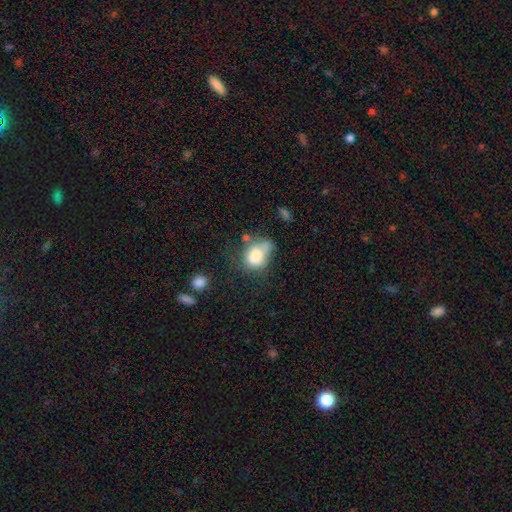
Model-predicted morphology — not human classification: A smooth galaxy with no disk features (74%) that is in between round and cigar-shaped (63%). Merging: minor disturbance (30%).